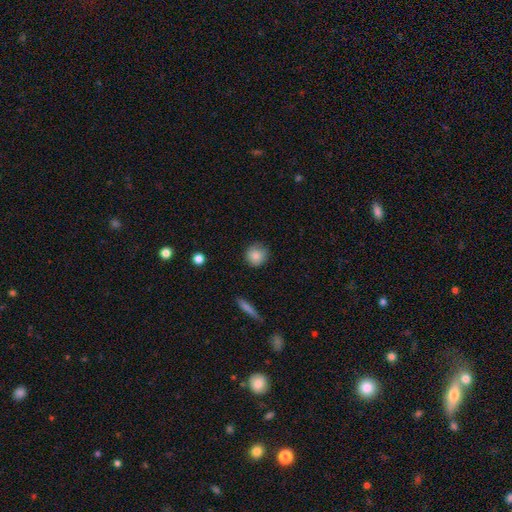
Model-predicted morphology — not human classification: The model was most divided on "merging": none: 84%, minor disturbance: 12%, major disturbance: 2%, merger: 1%. More confident: how rounded — round (90%); smooth or featured — smooth (85%).